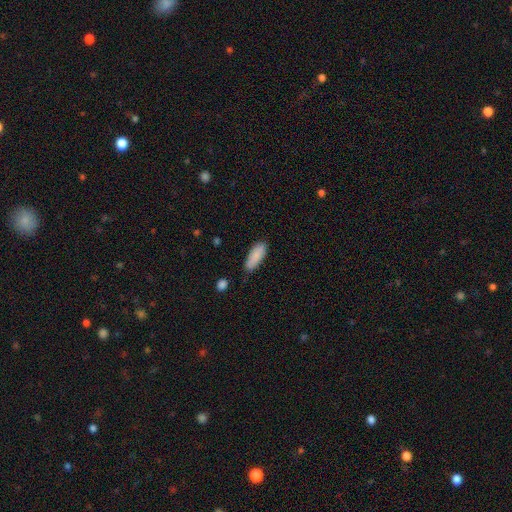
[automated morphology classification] smooth 87%, featured or disk 7%, star or artifact 6%. Down the decision tree: how rounded — in between (71%); merging — none (78%).